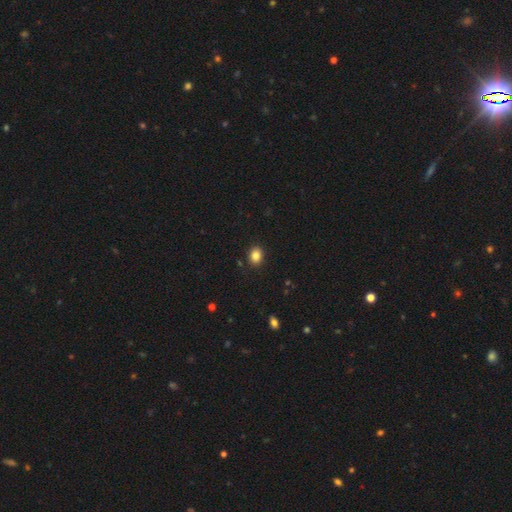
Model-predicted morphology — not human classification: The model was most divided on "how rounded": in between: 54%, round: 45%, cigar-shaped: 1%. More confident: merging — none (89%); smooth or featured — smooth (85%).